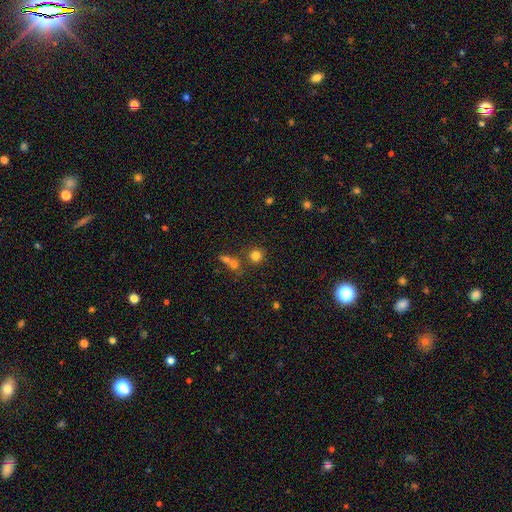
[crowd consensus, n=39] smooth 87%, star or artifact 8%, featured or disk 5%. Down the decision tree: how rounded — round (91%); merging — none (75%).